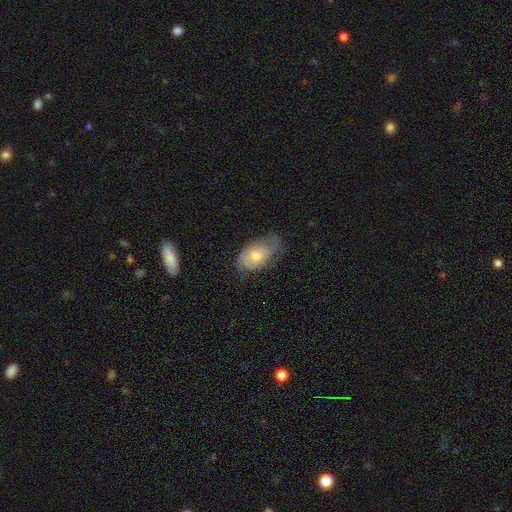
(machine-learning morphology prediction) smooth_or_featured: featured or disk (p=0.46) [tied with: smooth p=0.46]
merging: none (p=0.54) [alt: minor disturbance p=0.31]